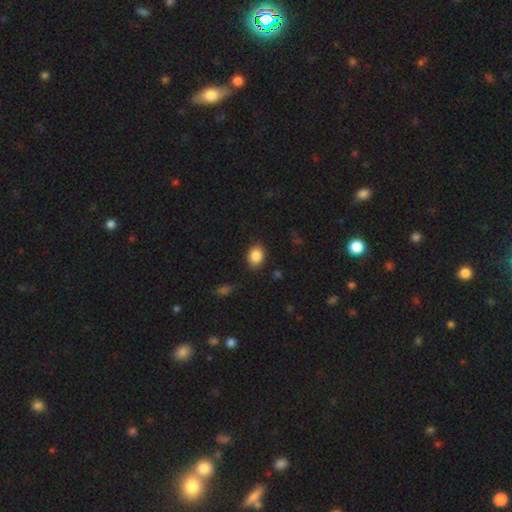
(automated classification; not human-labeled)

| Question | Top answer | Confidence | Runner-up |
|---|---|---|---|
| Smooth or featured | smooth | 87% | star or artifact (8%) |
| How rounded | in between | 58% | round (41%) |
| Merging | none | 87% | minor disturbance (9%) |